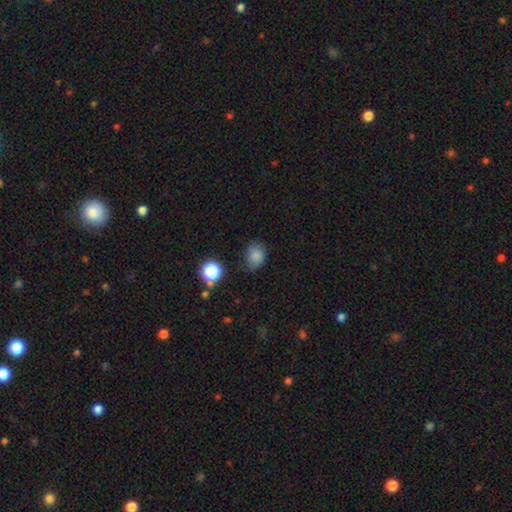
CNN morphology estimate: A smooth galaxy with no disk features (79%) that is round (52%). Merging: none (59%).